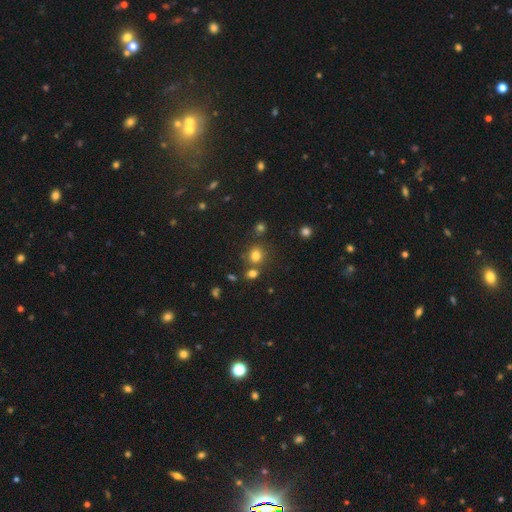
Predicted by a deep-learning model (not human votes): smooth_or_featured: smooth (p=0.77) [alt: star or artifact p=0.16]
how_rounded: round (p=0.71) [alt: in between p=0.28]
merging: none (p=0.69) [alt: merger p=0.17]